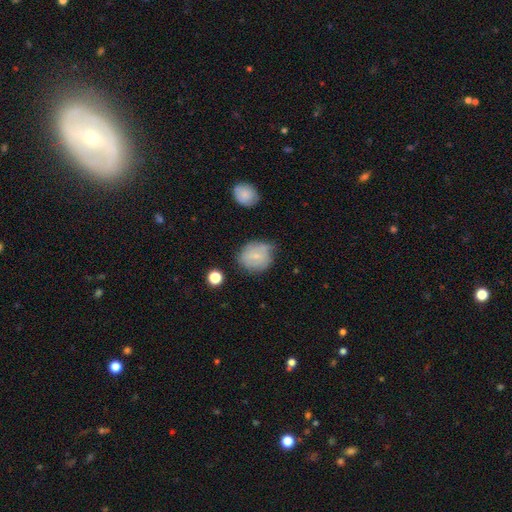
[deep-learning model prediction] Smooth or featured: smooth — 64% (featured or disk — 27%)
How rounded: round — 74% (in between — 25%)
Merging: none — 57% (minor disturbance — 30%)